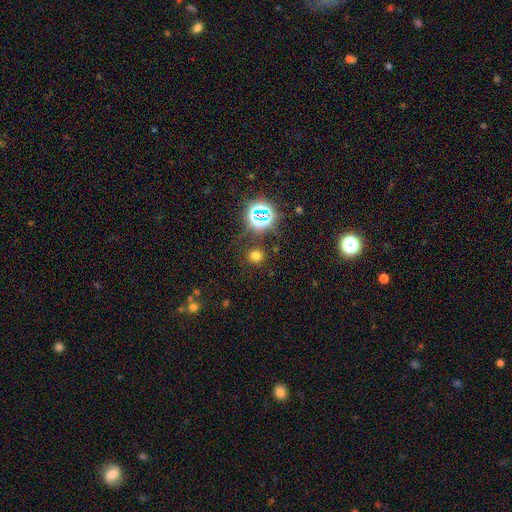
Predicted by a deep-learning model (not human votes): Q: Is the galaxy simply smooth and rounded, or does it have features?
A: smooth — 64%.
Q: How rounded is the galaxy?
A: round — 89%.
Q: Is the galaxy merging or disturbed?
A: none — 86%.